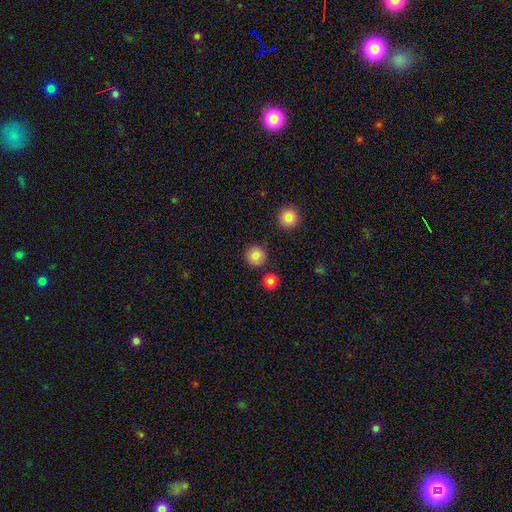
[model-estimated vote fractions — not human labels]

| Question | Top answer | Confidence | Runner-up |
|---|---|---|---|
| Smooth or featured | smooth | 84% | star or artifact (11%) |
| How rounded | round | 95% | in between (4%) |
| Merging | none | 89% | minor disturbance (6%) |